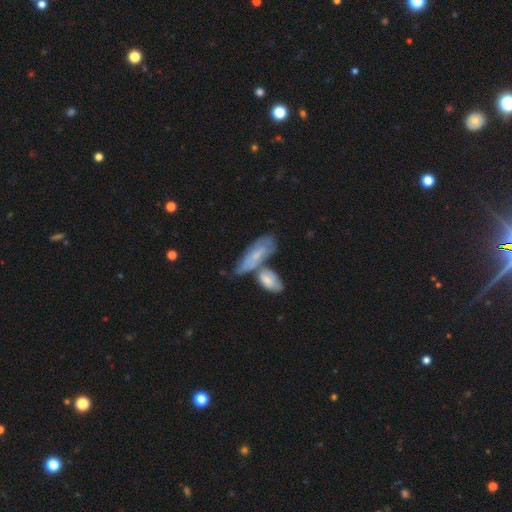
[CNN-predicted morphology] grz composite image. It shows a smooth galaxy with no disk features (49%). Merging: merger (39%).